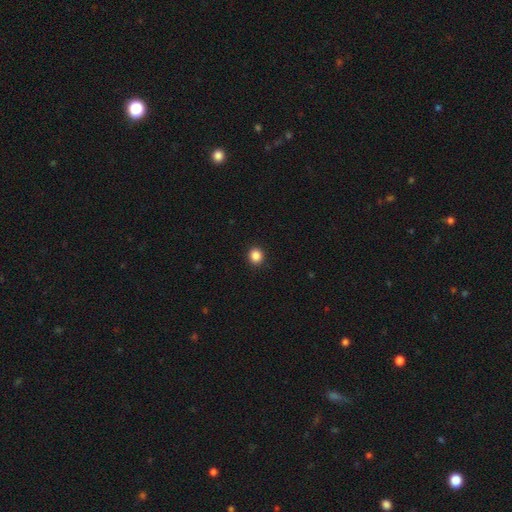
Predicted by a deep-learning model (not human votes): The model was most divided on "how rounded": round: 82%, in between: 17%, cigar-shaped: 1%. More confident: merging — none (93%); smooth or featured — smooth (87%).